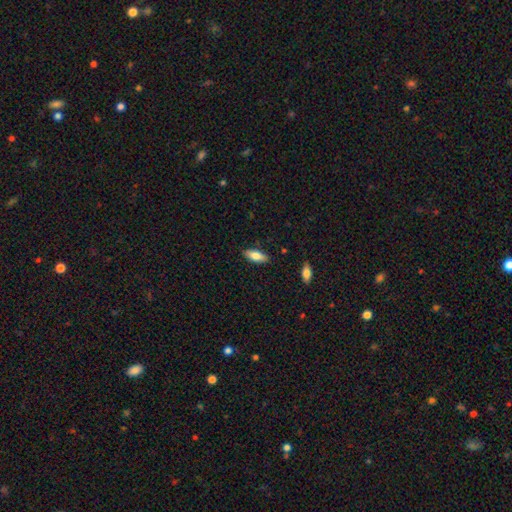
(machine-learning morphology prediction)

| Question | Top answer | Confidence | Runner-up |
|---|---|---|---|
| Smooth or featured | smooth | 76% | featured or disk (18%) |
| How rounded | in between | 75% | cigar-shaped (23%) |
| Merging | none | 86% | minor disturbance (11%) |